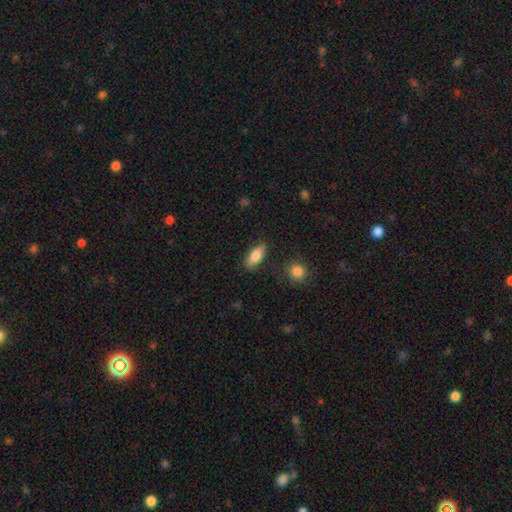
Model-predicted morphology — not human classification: Smooth or featured: smooth — 83% (featured or disk — 11%)
How rounded: in between — 81% (cigar-shaped — 16%)
Merging: none — 82% (minor disturbance — 13%)